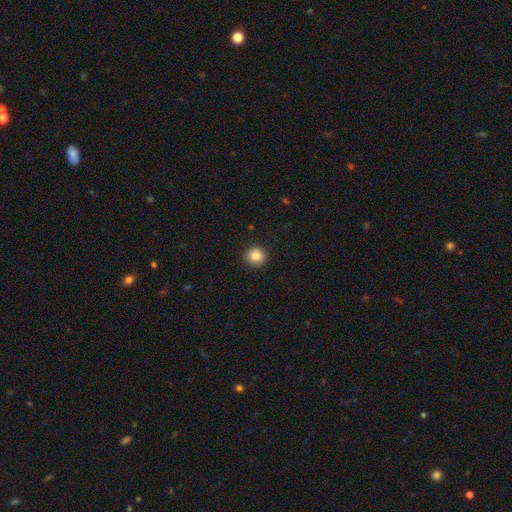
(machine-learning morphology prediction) Overall: smooth (86%). How rounded: round (92%). Merging: none (90%).